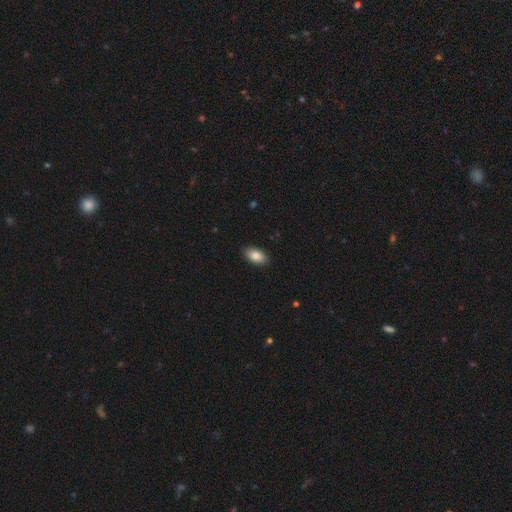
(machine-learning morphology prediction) smooth 86%, star or artifact 7%, featured or disk 7%. Down the decision tree: how rounded — in between (93%); merging — none (89%).